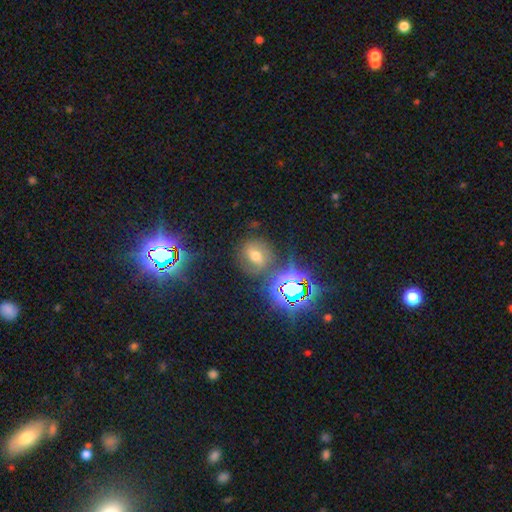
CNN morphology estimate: smooth_or_featured: smooth (p=0.41) [alt: star or artifact p=0.33]
merging: none (p=0.71) [alt: minor disturbance p=0.15]